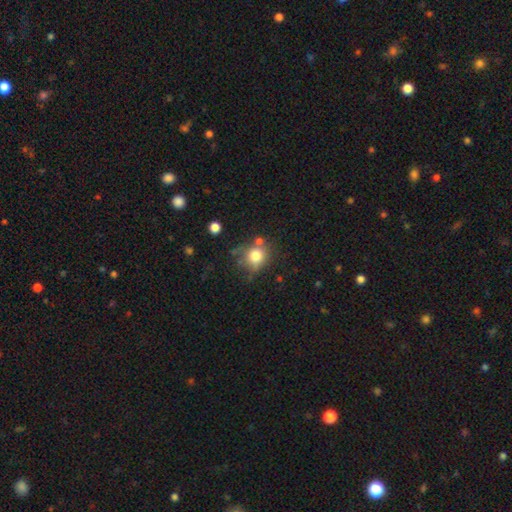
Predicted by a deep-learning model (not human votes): Smooth or featured? Predicted: smooth (p=0.76). How rounded? Predicted: round (p=0.81). Merging? Predicted: none (p=0.57).